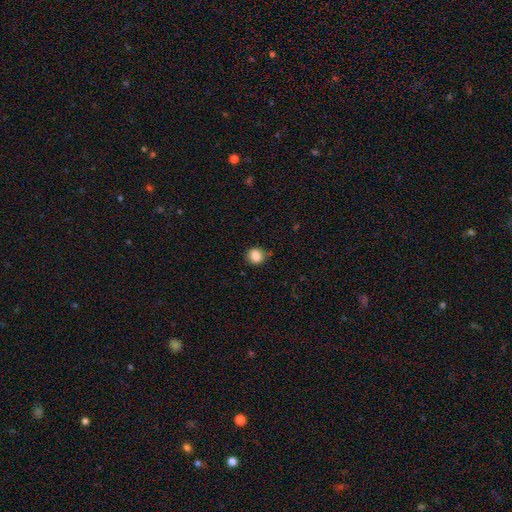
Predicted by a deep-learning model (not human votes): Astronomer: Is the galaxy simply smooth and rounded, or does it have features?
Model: smooth — 85%.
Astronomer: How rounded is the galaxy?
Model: round — 72%.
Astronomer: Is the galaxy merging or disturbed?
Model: none — 80%.